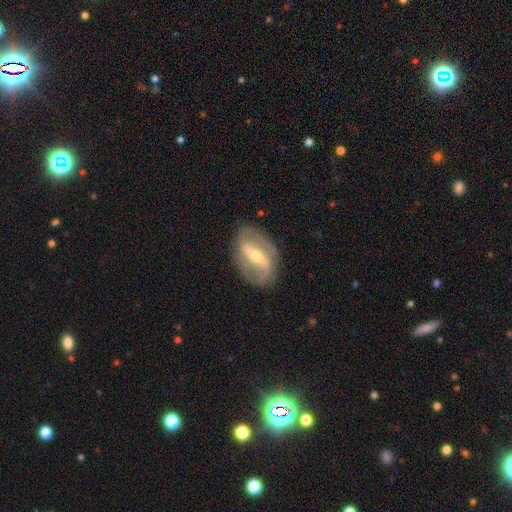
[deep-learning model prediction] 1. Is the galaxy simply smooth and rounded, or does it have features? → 81% featured or disk, 13% smooth, 6% star or artifact.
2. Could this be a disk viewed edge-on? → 92% no, 8% yes.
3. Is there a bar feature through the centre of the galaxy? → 63% strong, 27% weak, 9% no.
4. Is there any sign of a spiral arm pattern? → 81% yes, 19% no.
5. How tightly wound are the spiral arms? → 41% medium, 31% tight, 28% loose.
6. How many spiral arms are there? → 78% 2, 12% can't tell, 4% 1, 3% 3, 1% 4, 1% more than 4.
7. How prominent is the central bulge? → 55% moderate, 40% small, 3% large, 1% none, 1% dominant.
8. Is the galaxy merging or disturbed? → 78% none, 15% minor disturbance, 6% major disturbance, 1% merger.